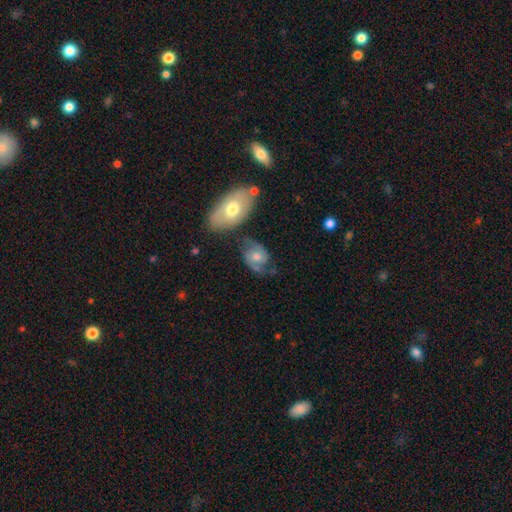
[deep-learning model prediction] Q: Smooth or featured?
A: featured or disk (70%); runner-up: smooth (23%)
Q: Edge-on disk?
A: no (97%); runner-up: yes (3%)
Q: Bar?
A: no (66%); runner-up: weak (29%)
Q: Spiral arms?
A: yes (89%); runner-up: no (11%)
Q: Spiral winding?
A: medium (49%); runner-up: loose (30%)
Q: Spiral arm count?
A: 2 (84%); runner-up: 1 (7%)
Q: Bulge size?
A: moderate (63%); runner-up: small (24%)
Q: Merging?
A: none (55%); runner-up: minor disturbance (22%)